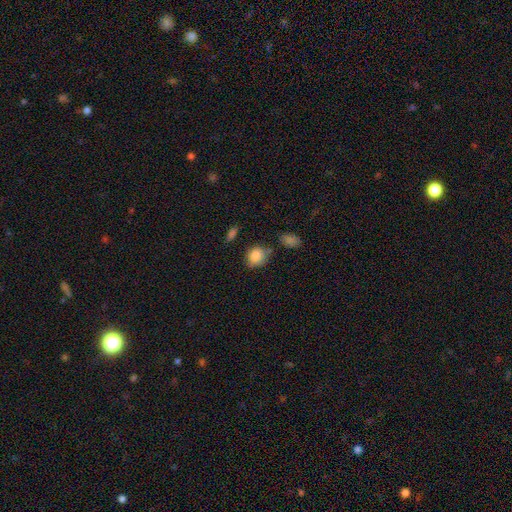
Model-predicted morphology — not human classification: smooth_or_featured: smooth (p=0.85) [alt: star or artifact p=0.09]
how_rounded: round (p=0.67) [alt: in between p=0.32]
merging: none (p=0.67) [alt: minor disturbance p=0.21]